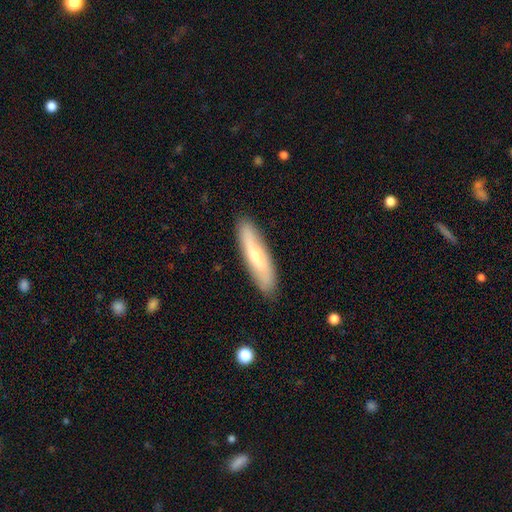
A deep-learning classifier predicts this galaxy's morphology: smooth-or-featured: smooth: 52% | featured or disk: 43% | star or artifact: 6%
  how-rounded: cigar-shaped: 77% | in between: 21% | round: 2%
  merging: none: 86% | minor disturbance: 11% | major disturbance: 2% | merger: 1%